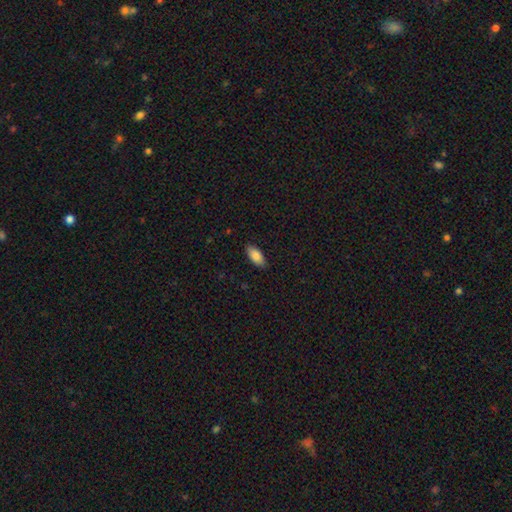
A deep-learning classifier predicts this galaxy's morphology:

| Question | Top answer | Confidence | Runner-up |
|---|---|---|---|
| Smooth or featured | smooth | 86% | featured or disk (7%) |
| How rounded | in between | 90% | cigar-shaped (8%) |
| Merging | none | 88% | minor disturbance (9%) |